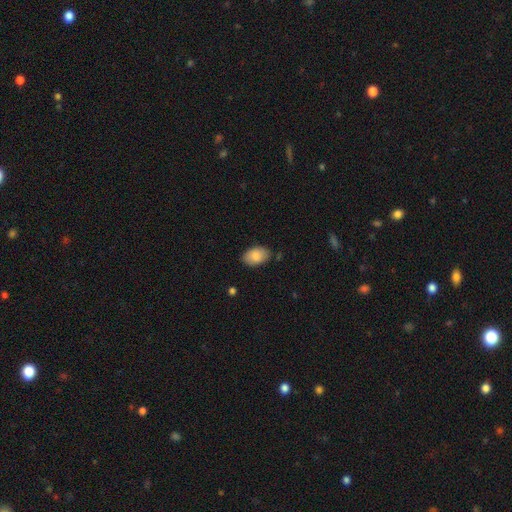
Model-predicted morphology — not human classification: The model was most divided on "merging": none: 81%, minor disturbance: 15%, major disturbance: 3%, merger: 2%. More confident: how rounded — in between (90%); smooth or featured — smooth (85%).